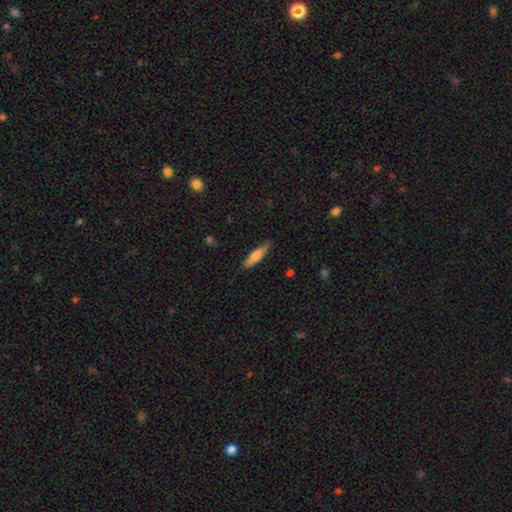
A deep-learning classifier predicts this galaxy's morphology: smooth_or_featured: smooth (p=0.63) [alt: featured or disk p=0.32]
how_rounded: cigar-shaped (p=0.78) [alt: in between p=0.20]
merging: none (p=0.87) [alt: minor disturbance p=0.10]